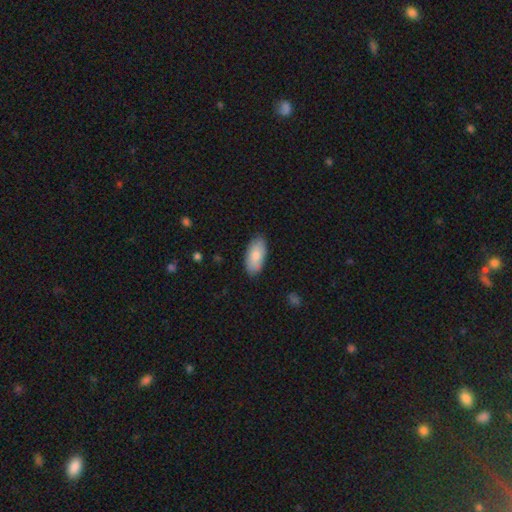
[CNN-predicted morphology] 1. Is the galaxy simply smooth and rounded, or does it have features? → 83% smooth, 12% featured or disk, 6% star or artifact.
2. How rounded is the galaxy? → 92% in between, 6% cigar-shaped, 2% round.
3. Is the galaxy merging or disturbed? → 86% none, 11% minor disturbance, 2% major disturbance, 1% merger.